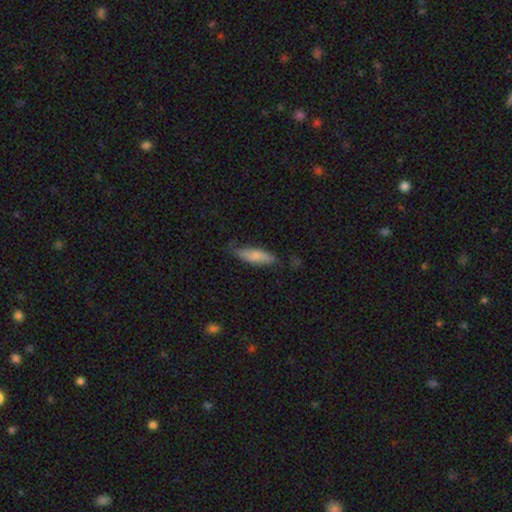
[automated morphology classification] A smooth galaxy with no disk features (74%) that is cigar-shaped (53%). Merging: none (64%).